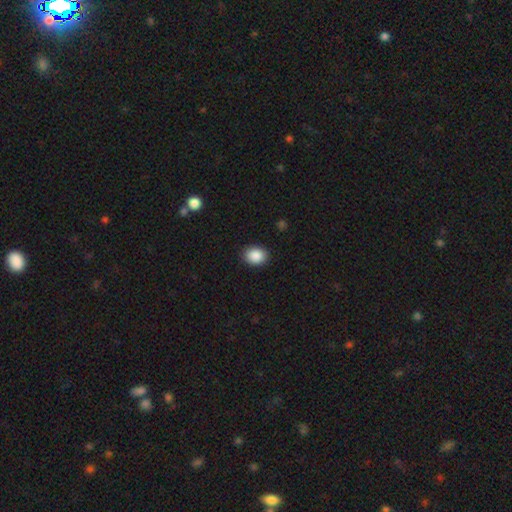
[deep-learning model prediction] Smooth or featured? Predicted: smooth (p=0.88). How rounded? Predicted: in between (p=0.53). Merging? Predicted: none (p=0.89).